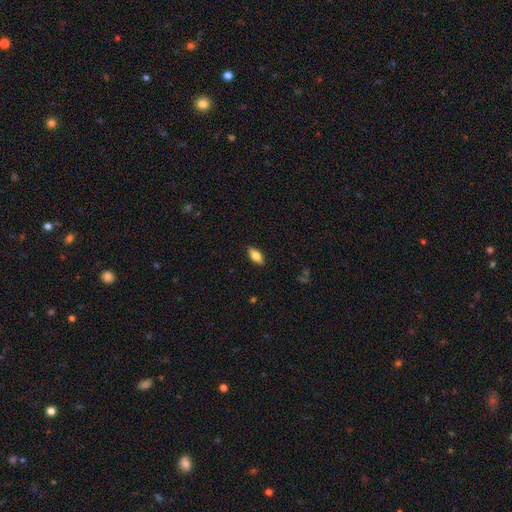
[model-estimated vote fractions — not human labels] Morphology: type=smooth (72%); roundness=in between (84%); merging=none (88%).